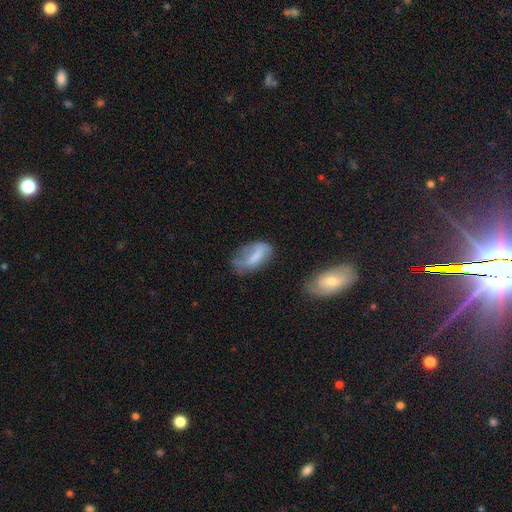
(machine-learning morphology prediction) Smooth or featured: smooth — 57% (featured or disk — 34%)
How rounded: in between — 87% (cigar-shaped — 8%)
Merging: none — 37% (minor disturbance — 33%)